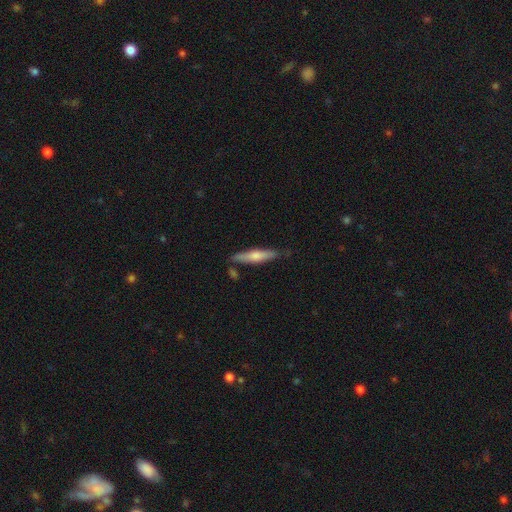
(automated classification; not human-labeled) A smooth galaxy with no disk features (56%) that is cigar-shaped (83%).

Vote fractions:
- Smooth or featured? smooth: 56% / featured or disk: 39% / star or artifact: 5%
- How rounded? cigar-shaped: 83% / in between: 15% / round: 2%
- Merging? none: 78% / minor disturbance: 15% / merger: 5% / major disturbance: 3%